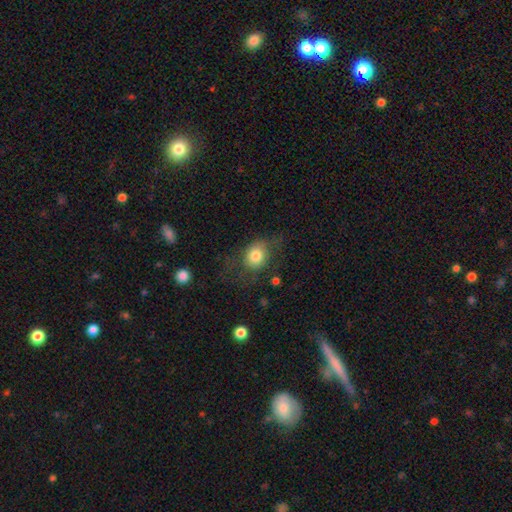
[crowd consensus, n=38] A smooth galaxy with no disk features (89%) that is round (53%). Merging: none (53%).